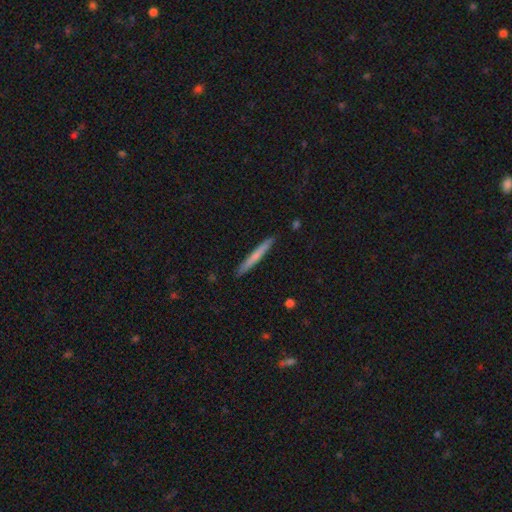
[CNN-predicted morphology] smooth-or-featured: smooth: 62% | featured or disk: 32% | star or artifact: 6%
  how-rounded: cigar-shaped: 97% | in between: 2% | round: 1%
  merging: none: 91% | minor disturbance: 7% | major disturbance: 1% | merger: 1%